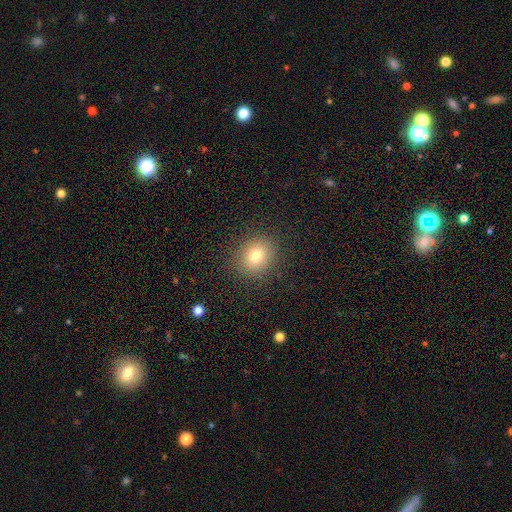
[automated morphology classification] Smooth or featured? Predicted: smooth (p=0.78). How rounded? Predicted: round (p=0.71). Merging? Predicted: none (p=0.88).